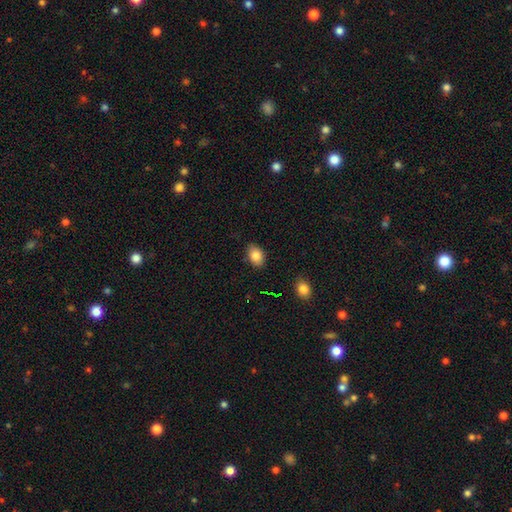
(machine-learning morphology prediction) smooth_or_featured: smooth (p=0.85) [alt: star or artifact p=0.09]
how_rounded: in between (p=0.84) [alt: round p=0.15]
merging: none (p=0.85) [alt: minor disturbance p=0.11]